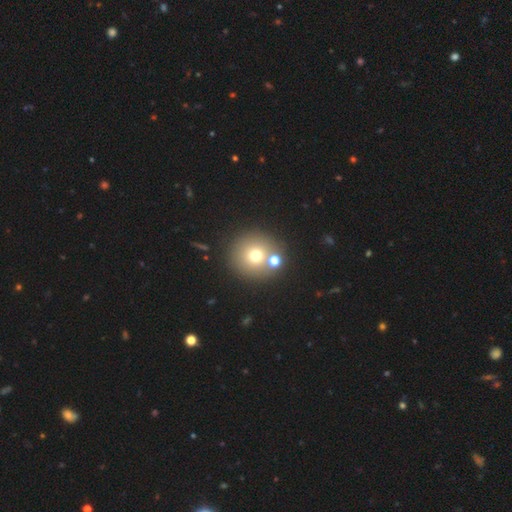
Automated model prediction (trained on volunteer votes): Smooth or featured: smooth — 68% (star or artifact — 17%)
How rounded: round — 93% (in between — 6%)
Merging: none — 71% (merger — 19%)